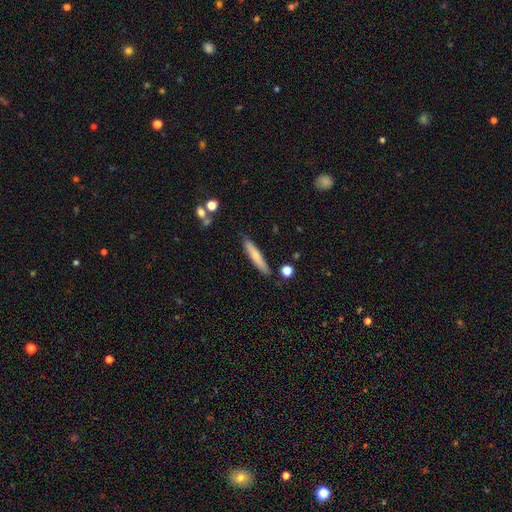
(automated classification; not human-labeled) Smooth or featured? Predicted: smooth (p=0.66). How rounded? Predicted: cigar-shaped (p=0.90). Merging? Predicted: none (p=0.86).